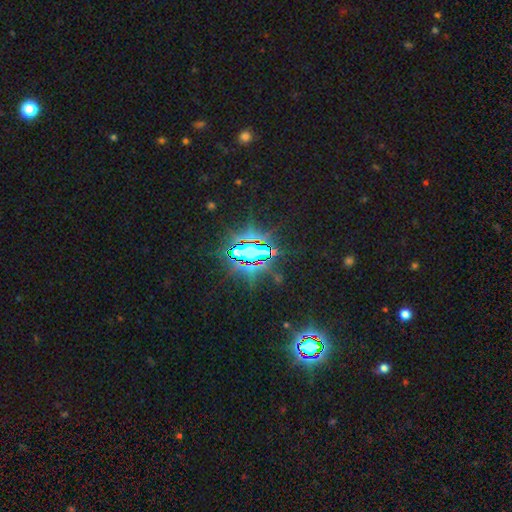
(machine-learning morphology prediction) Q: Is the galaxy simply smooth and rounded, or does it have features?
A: star or artifact — 83%.